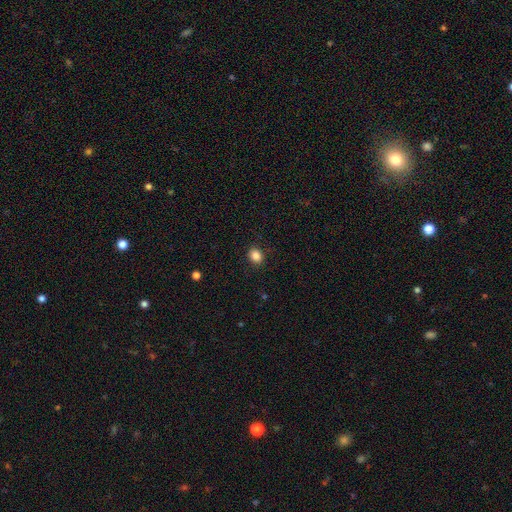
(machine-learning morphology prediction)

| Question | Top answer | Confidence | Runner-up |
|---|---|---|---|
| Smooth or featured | smooth | 85% | star or artifact (10%) |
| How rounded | round | 54% | in between (45%) |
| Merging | none | 88% | minor disturbance (8%) |